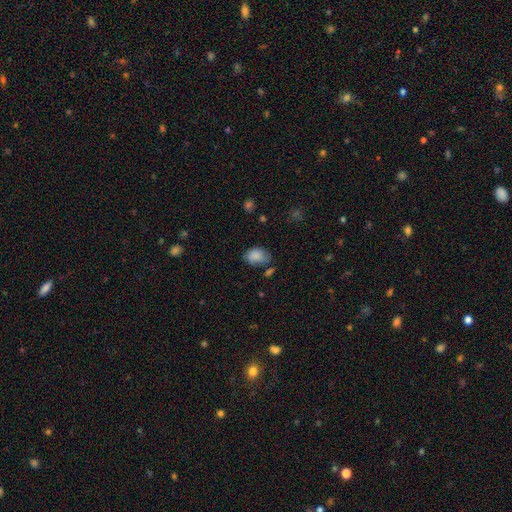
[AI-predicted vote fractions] The model was most divided on "merging": none: 58%, minor disturbance: 28%, major disturbance: 8%, merger: 6%. More confident: smooth or featured — smooth (84%); how rounded — in between (77%).